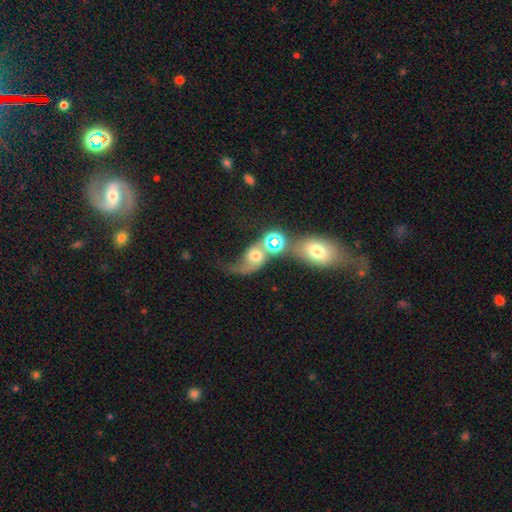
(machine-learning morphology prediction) Smooth or featured? Predicted: featured or disk (p=0.47). Merging? Predicted: merger (p=0.39).